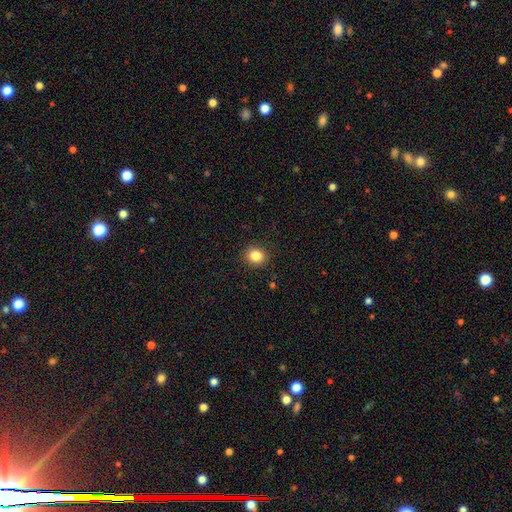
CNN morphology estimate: smooth 84%, star or artifact 11%, featured or disk 5%. Down the decision tree: how rounded — round (82%); merging — none (90%).